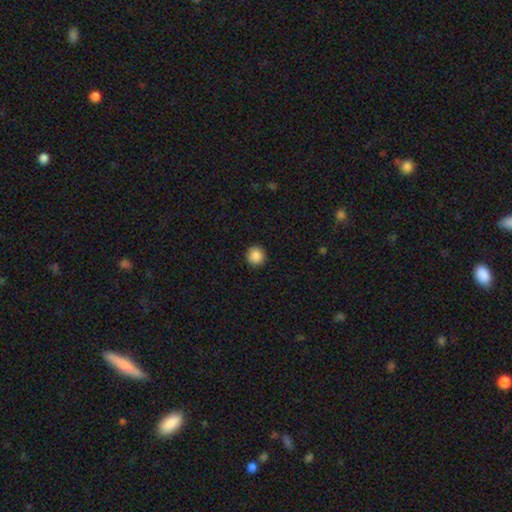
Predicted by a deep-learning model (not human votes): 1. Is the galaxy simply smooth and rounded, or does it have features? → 88% smooth, 9% star or artifact, 3% featured or disk.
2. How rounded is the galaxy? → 94% round, 5% in between, 1% cigar-shaped.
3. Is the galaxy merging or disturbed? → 93% none, 5% minor disturbance, 2% major disturbance, 1% merger.